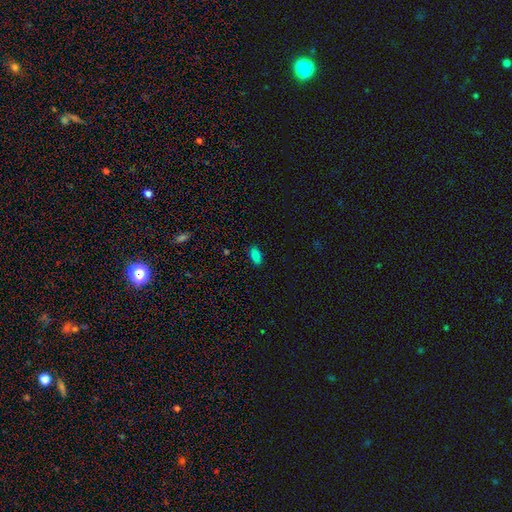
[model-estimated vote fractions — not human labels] Smooth or featured? smooth (83%)
How rounded? in between (91%)
Merging? none (87%)